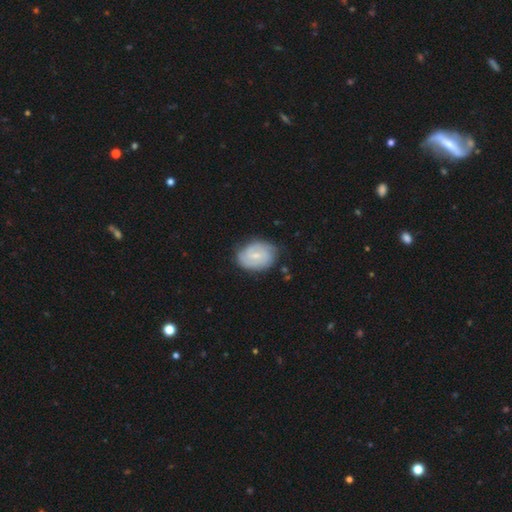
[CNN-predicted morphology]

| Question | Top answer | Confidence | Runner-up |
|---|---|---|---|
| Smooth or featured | featured or disk | 69% | smooth (25%) |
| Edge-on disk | no | 97% | yes (3%) |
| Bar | weak | 57% | no (32%) |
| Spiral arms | yes | 90% | no (10%) |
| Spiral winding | tight | 58% | medium (33%) |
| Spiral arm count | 2 | 61% | can't tell (22%) |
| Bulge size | small | 61% | moderate (31%) |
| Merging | none | 75% | minor disturbance (19%) |